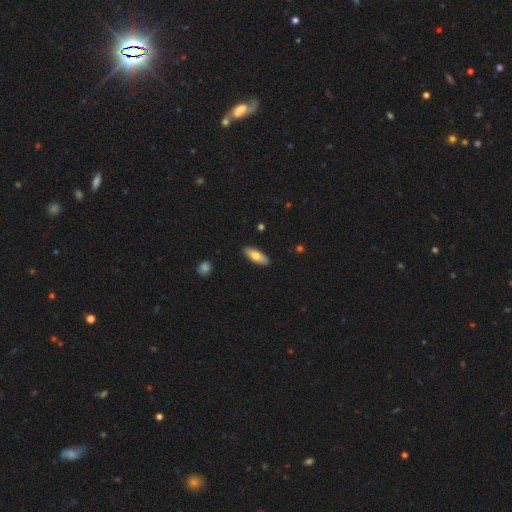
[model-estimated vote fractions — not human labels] smooth 74%, featured or disk 20%, star or artifact 6%. Down the decision tree: how rounded — in between (76%); merging — none (89%).